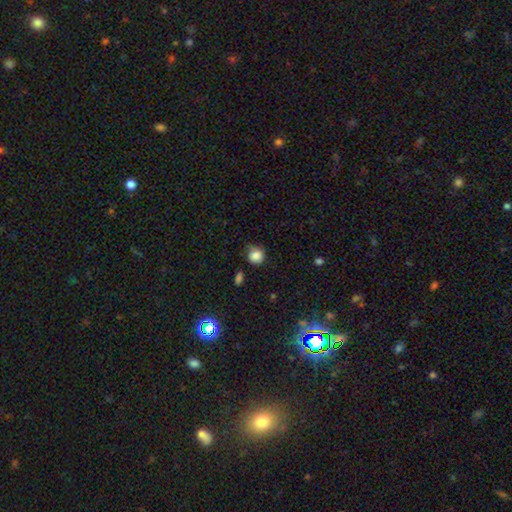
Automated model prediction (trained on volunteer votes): The model was most divided on "merging": none: 66%, minor disturbance: 24%, major disturbance: 6%, merger: 4%. More confident: how rounded — round (85%); smooth or featured — smooth (84%).